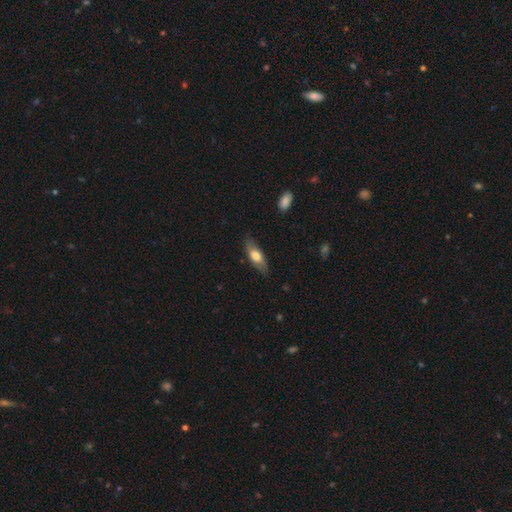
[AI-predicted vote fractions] smooth_or_featured: smooth (p=0.63) [alt: featured or disk p=0.31]
how_rounded: in between (p=0.63) [alt: cigar-shaped p=0.34]
merging: none (p=0.82) [alt: minor disturbance p=0.14]